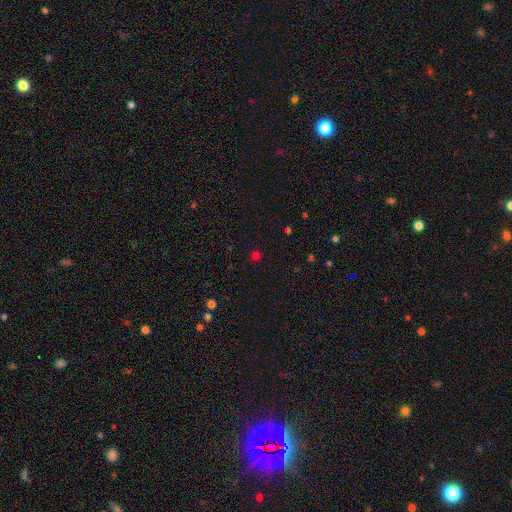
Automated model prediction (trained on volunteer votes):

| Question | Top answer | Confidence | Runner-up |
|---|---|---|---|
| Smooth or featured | smooth | 65% | star or artifact (31%) |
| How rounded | round | 92% | in between (7%) |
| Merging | none | 89% | minor disturbance (7%) |